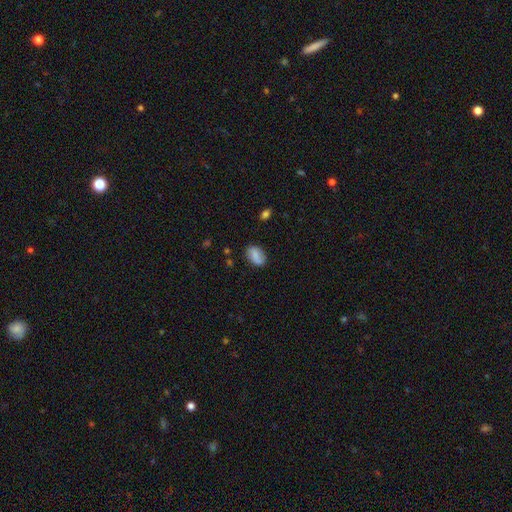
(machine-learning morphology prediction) The model was most divided on "smooth or featured": smooth: 71%, featured or disk: 21%, star or artifact: 8%. More confident: how rounded — in between (84%); merging — none (76%).